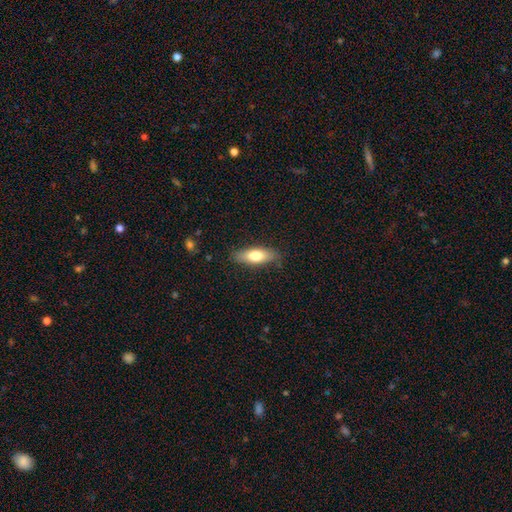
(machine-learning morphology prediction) A smooth galaxy with no disk features (72%) that is in between round and cigar-shaped (65%).

Vote fractions:
- Smooth or featured? smooth: 72% / featured or disk: 22% / star or artifact: 6%
- How rounded? in between: 65% / cigar-shaped: 33% / round: 3%
- Merging? none: 82% / minor disturbance: 14% / major disturbance: 3% / merger: 1%